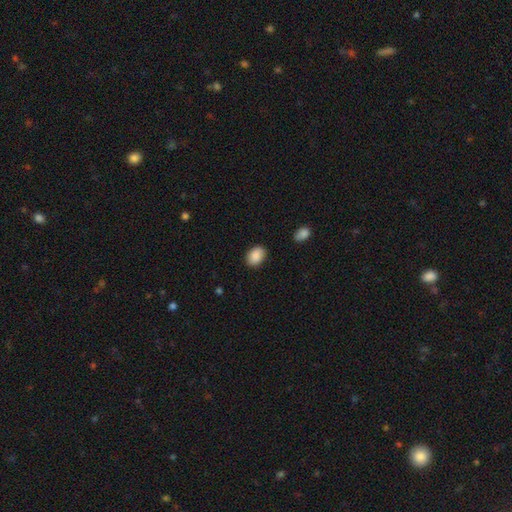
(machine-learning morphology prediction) This is clearly a smooth galaxy (89%). How rounded: likely in between (77%). Merging: clearly none (86%).